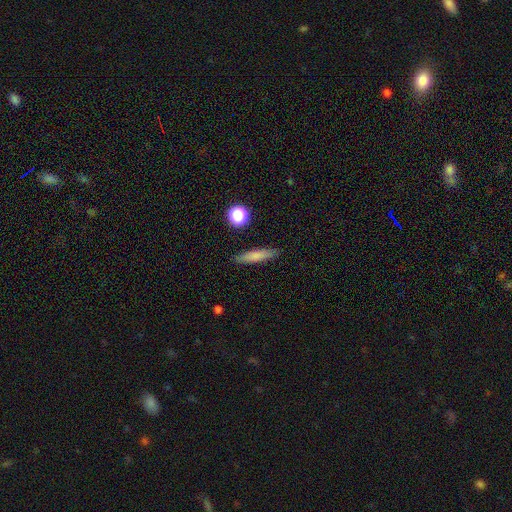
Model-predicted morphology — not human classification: Smooth or featured?
  - smooth: 75% *
  - featured or disk: 17%
  - star or artifact: 8%
How rounded?
  - cigar-shaped: 83% *
  - in between: 14%
  - round: 3%
Merging?
  - none: 87% *
  - minor disturbance: 9%
  - major disturbance: 2%
  - merger: 2%